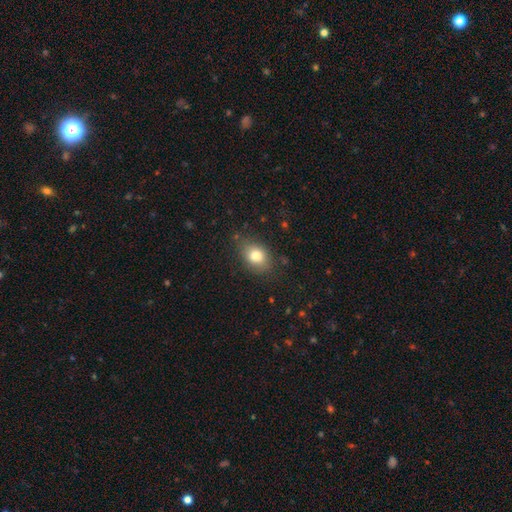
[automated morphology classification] Smooth or featured? Predicted: smooth (p=0.81). How rounded? Predicted: in between (p=0.69). Merging? Predicted: none (p=0.76).